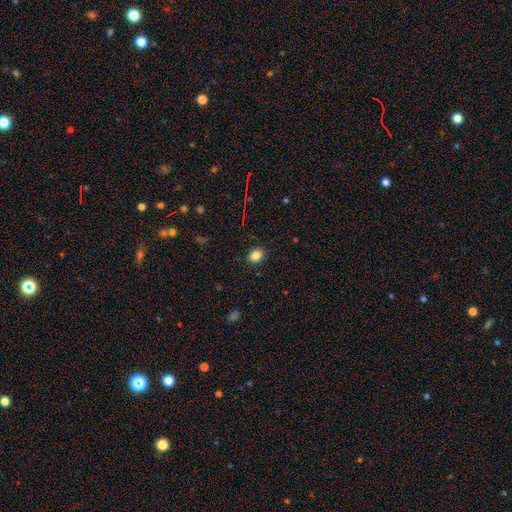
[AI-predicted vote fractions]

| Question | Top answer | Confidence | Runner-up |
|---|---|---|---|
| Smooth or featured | smooth | 83% | star or artifact (11%) |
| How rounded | in between | 53% | round (46%) |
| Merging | none | 88% | minor disturbance (8%) |